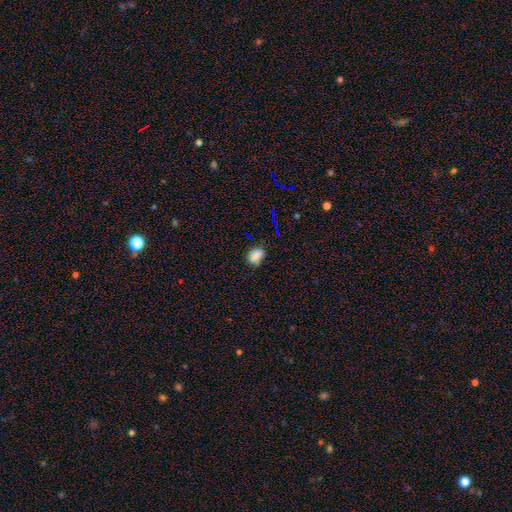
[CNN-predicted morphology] A smooth galaxy with no disk features (77%) that is in between round and cigar-shaped (73%). Merging: none (64%).